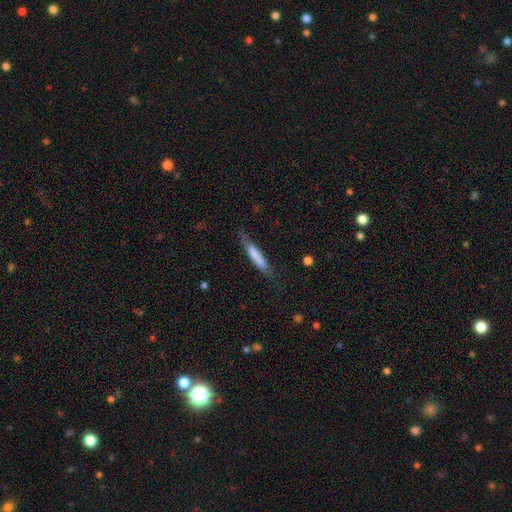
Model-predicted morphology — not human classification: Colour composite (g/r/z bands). It shows a smooth galaxy with no disk features (72%) that is cigar-shaped (90%). Merging: none (75%).